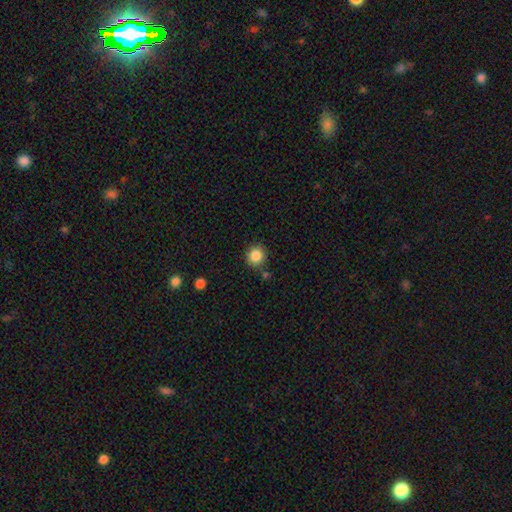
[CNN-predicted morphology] The model was most divided on "merging": none: 82%, minor disturbance: 9%, merger: 6%, major disturbance: 3%. More confident: how rounded — round (88%); smooth or featured — smooth (86%).